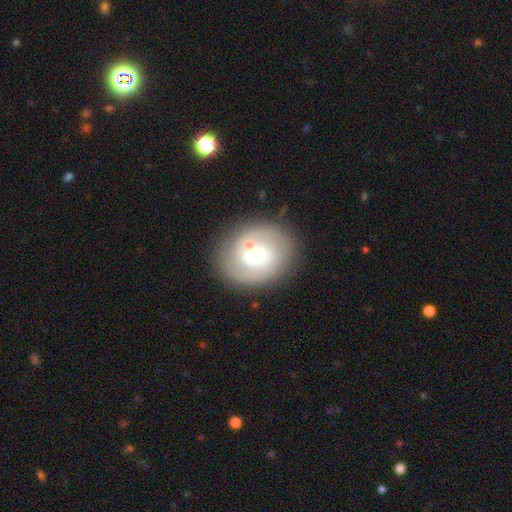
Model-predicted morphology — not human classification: The model was most divided on "bar": no: 50%, weak: 41%, strong: 10%. More confident: edge-on disk — no (97%); spiral arms — yes (76%); merging — none (70%); smooth or featured — featured or disk (62%); bulge size — small (52%).